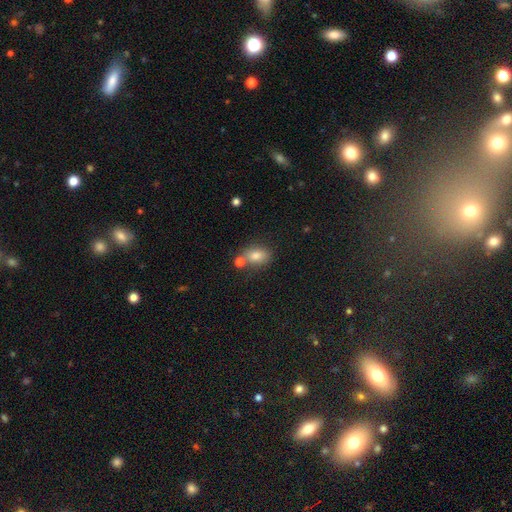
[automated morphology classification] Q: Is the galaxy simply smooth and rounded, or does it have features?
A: smooth — 79%.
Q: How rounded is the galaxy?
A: in between — 72%.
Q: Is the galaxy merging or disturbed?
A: none — 63%.